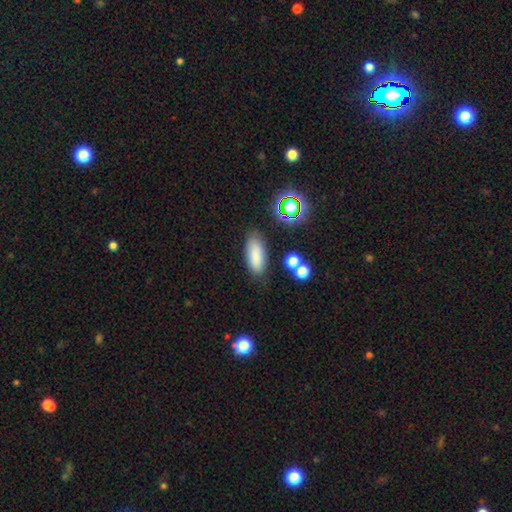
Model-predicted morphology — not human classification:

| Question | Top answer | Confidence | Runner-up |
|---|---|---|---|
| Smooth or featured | smooth | 83% | star or artifact (10%) |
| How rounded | in between | 78% | cigar-shaped (20%) |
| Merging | none | 82% | minor disturbance (11%) |